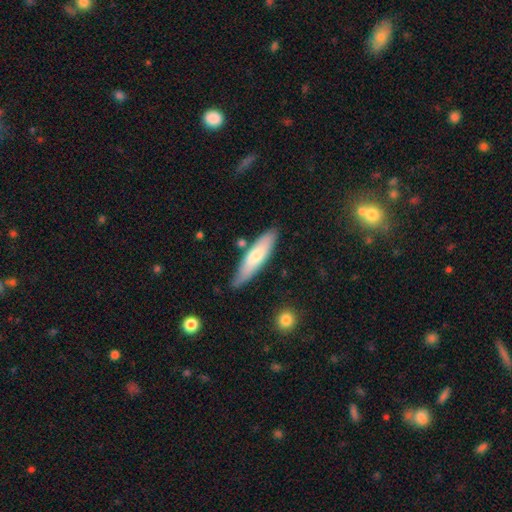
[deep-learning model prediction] This is likely a smooth galaxy (66%). How rounded: likely cigar-shaped (66%). Merging: likely none (74%).